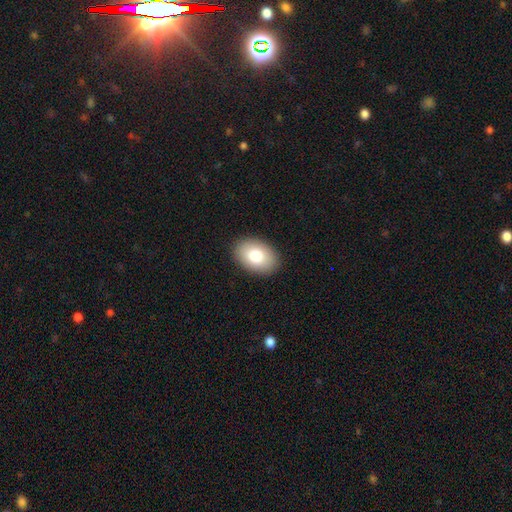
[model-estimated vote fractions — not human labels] Q: Smooth or featured?
A: smooth (81%); runner-up: featured or disk (11%)
Q: How rounded?
A: in between (87%); runner-up: round (12%)
Q: Merging?
A: none (90%); runner-up: minor disturbance (7%)